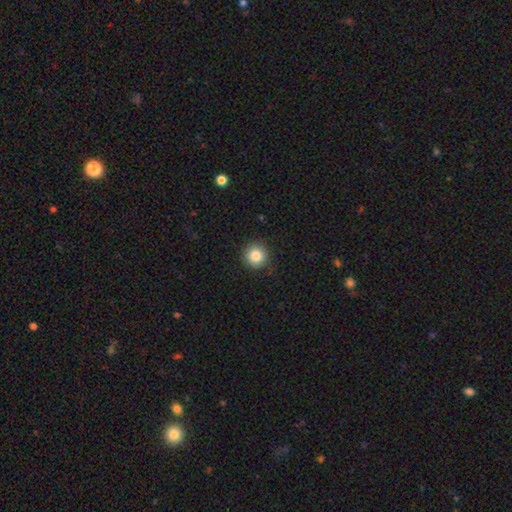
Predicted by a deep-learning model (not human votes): A smooth galaxy with no disk features (84%) that is round (95%).

Vote fractions:
- Smooth or featured? smooth: 84% / star or artifact: 10% / featured or disk: 6%
- How rounded? round: 95% / in between: 4% / cigar-shaped: 1%
- Merging? none: 89% / minor disturbance: 8% / major disturbance: 2% / merger: 1%